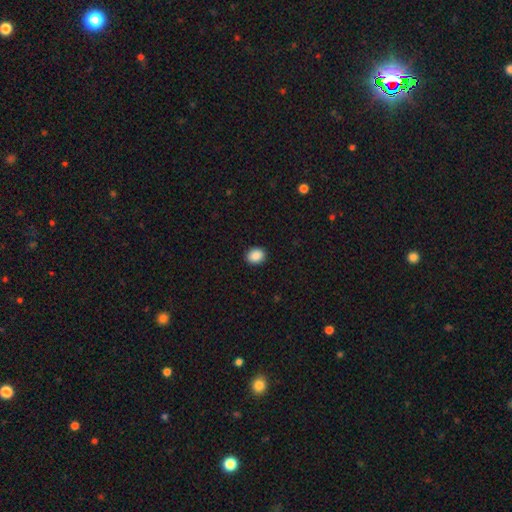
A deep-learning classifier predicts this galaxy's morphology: smooth_or_featured: smooth (p=0.89) [alt: star or artifact p=0.08]
how_rounded: round (p=0.58) [alt: in between p=0.41]
merging: none (p=0.91) [alt: minor disturbance p=0.06]